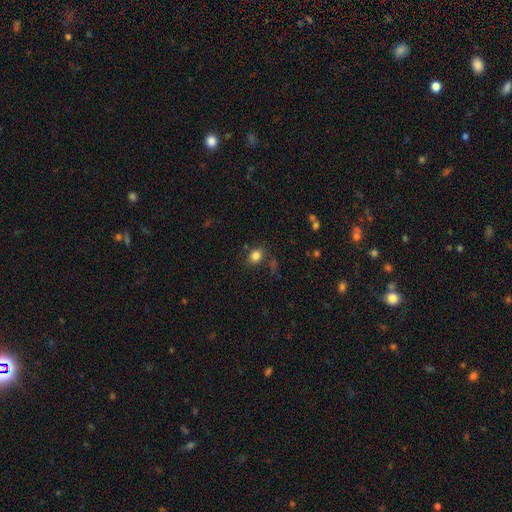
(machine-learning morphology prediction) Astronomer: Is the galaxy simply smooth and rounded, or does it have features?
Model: smooth — 82%.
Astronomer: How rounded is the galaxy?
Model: round — 59% (runner-up: in between, 40%).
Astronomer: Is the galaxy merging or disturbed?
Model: none — 77%.